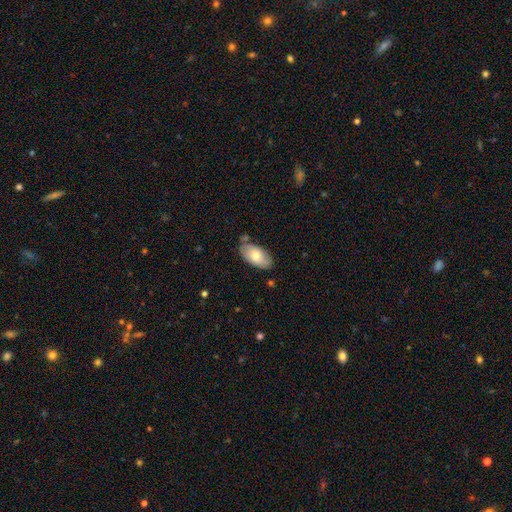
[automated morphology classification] A smooth galaxy with no disk features (71%) that is in between round and cigar-shaped (94%). Merging: none (72%).